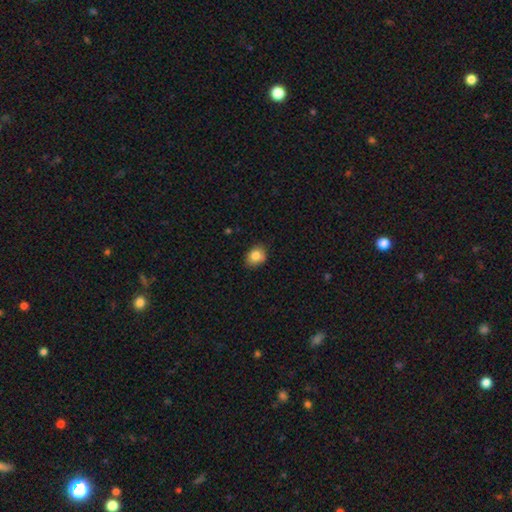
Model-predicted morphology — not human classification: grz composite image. It shows a smooth galaxy with no disk features (83%) that is in between round and cigar-shaped (52%). Merging: none (80%).